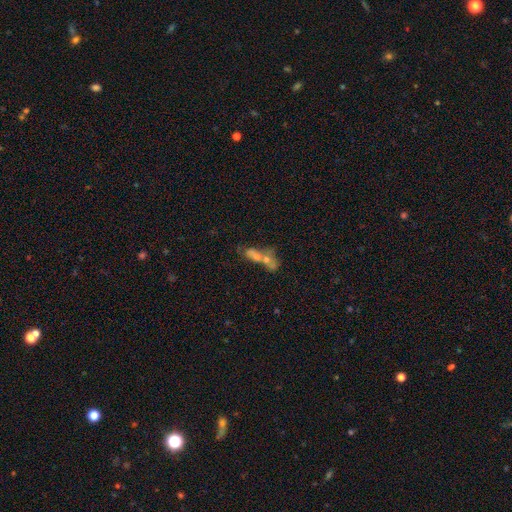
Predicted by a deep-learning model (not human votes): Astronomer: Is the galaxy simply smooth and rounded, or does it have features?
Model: smooth — 43% (runner-up: featured or disk, 36%).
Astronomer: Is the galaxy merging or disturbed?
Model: merger — 54%.